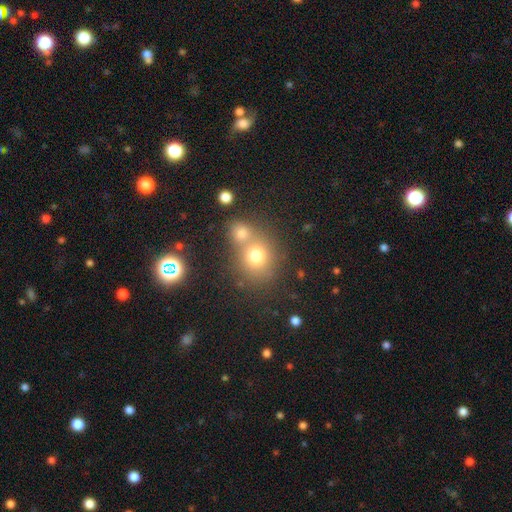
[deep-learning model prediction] smooth-or-featured: smooth: 73% | star or artifact: 15% | featured or disk: 12%
  how-rounded: round: 77% | in between: 22% | cigar-shaped: 1%
  merging: none: 46% | merger: 42% | minor disturbance: 8% | major disturbance: 4%